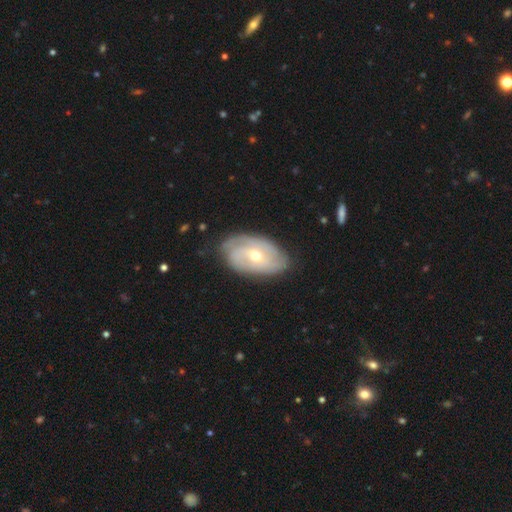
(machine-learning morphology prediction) type=featured or disk (75%); edge-on=no (94%); bar=no (59%); spiral arms=yes (87%); winding=tight (63%); arm count=can't tell (38%); bulge=moderate (56%); merging=none (75%).